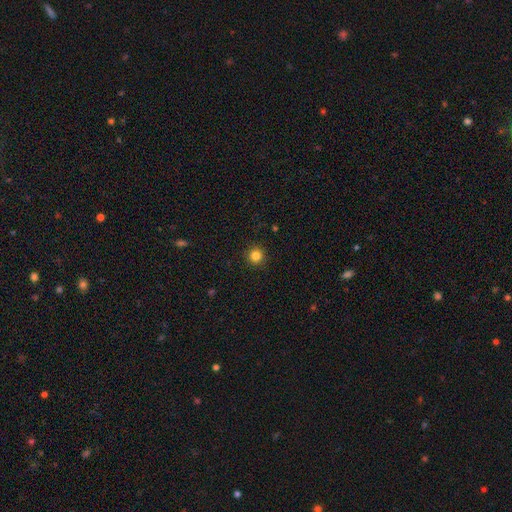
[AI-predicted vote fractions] Morphology: type=smooth (83%); roundness=round (96%); merging=none (92%).